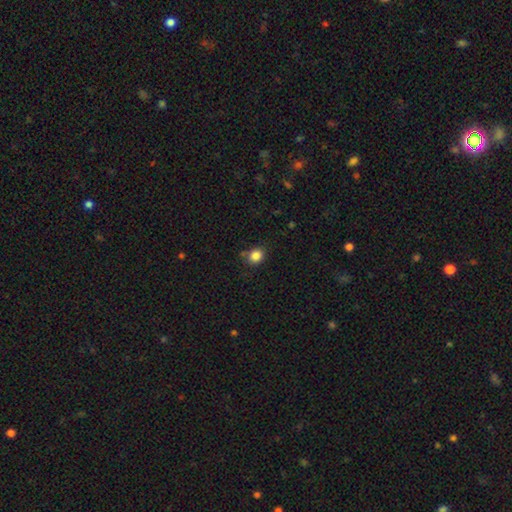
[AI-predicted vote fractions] A smooth galaxy with no disk features (84%) that is round (73%). Merging: none (77%).